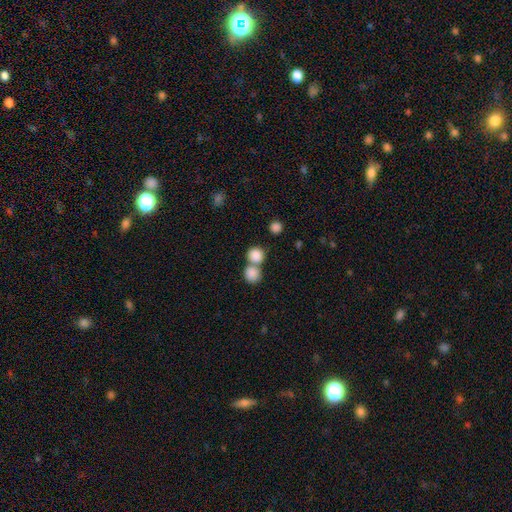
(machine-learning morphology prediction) Smooth or featured?
  - smooth: 85% *
  - star or artifact: 9%
  - featured or disk: 6%
How rounded?
  - round: 85% *
  - in between: 14%
  - cigar-shaped: 1%
Merging?
  - merger: 50% *
  - none: 42%
  - minor disturbance: 6%
  - major disturbance: 3%